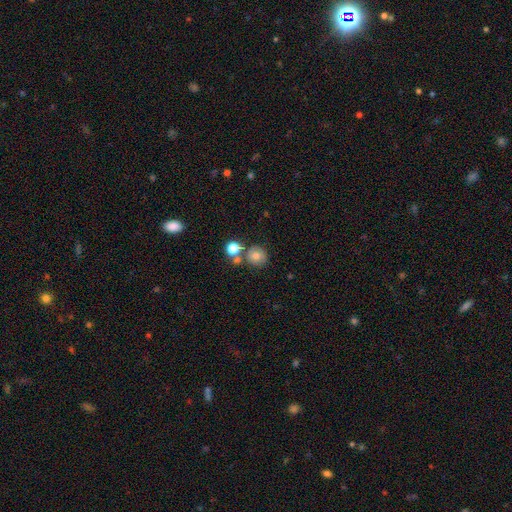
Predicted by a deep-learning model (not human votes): Smooth or featured?
  - smooth: 72% *
  - featured or disk: 15%
  - star or artifact: 13%
How rounded?
  - round: 89% *
  - in between: 10%
  - cigar-shaped: 1%
Merging?
  - none: 64% *
  - merger: 22%
  - minor disturbance: 10%
  - major disturbance: 4%